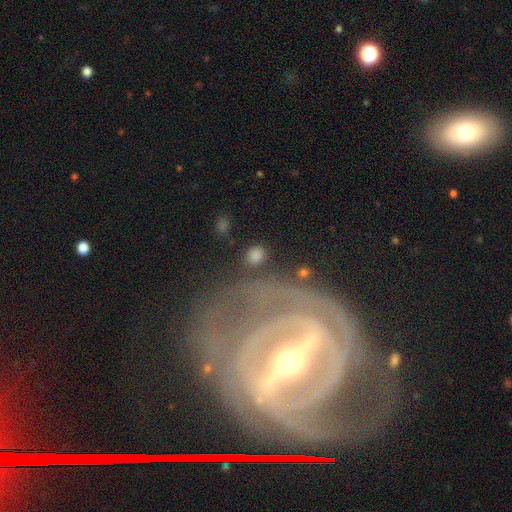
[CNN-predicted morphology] The model was most divided on "how rounded": round: 80%, in between: 18%, cigar-shaped: 2%. More confident: merging — none (81%); smooth or featured — smooth (78%).